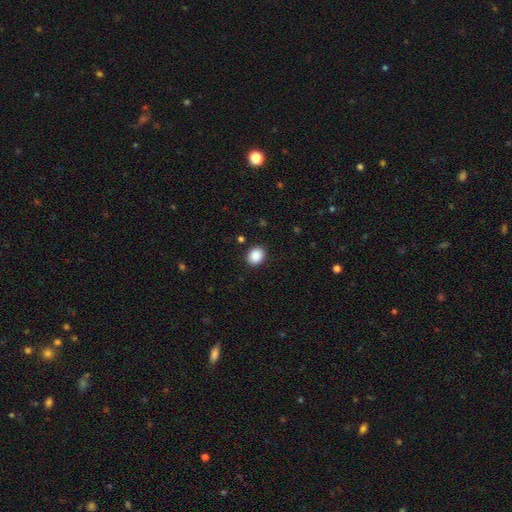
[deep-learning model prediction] Morphology: type=smooth (89%); roundness=round (56%); merging=none (90%).